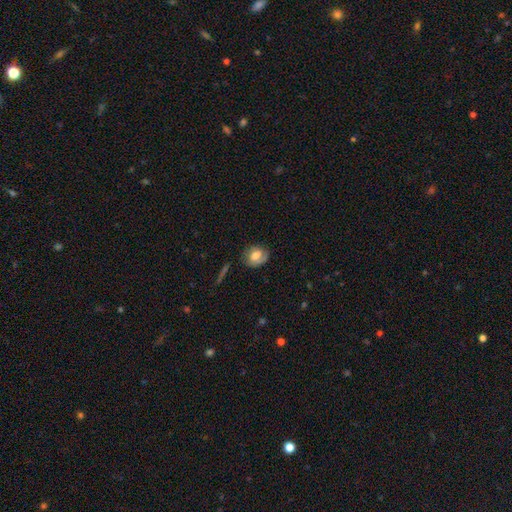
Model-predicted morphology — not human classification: Smooth or featured? smooth (47%)
Merging? none (70%)